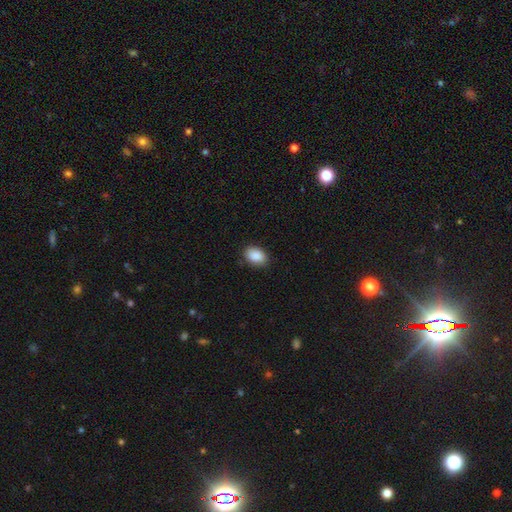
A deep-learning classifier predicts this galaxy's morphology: smooth-or-featured: smooth: 89% | star or artifact: 7% | featured or disk: 3%
  how-rounded: in between: 82% | round: 16% | cigar-shaped: 1%
  merging: none: 85% | minor disturbance: 11% | major disturbance: 2% | merger: 1%